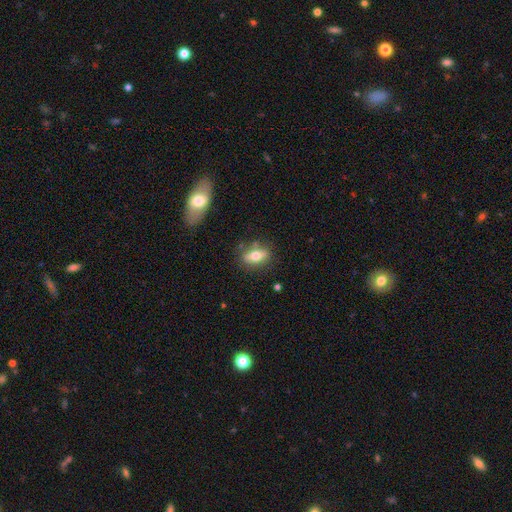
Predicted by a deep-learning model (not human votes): This appears to be a smooth galaxy with no disk features (62%) that is in between round and cigar-shaped (73%). Merging: none (80%).